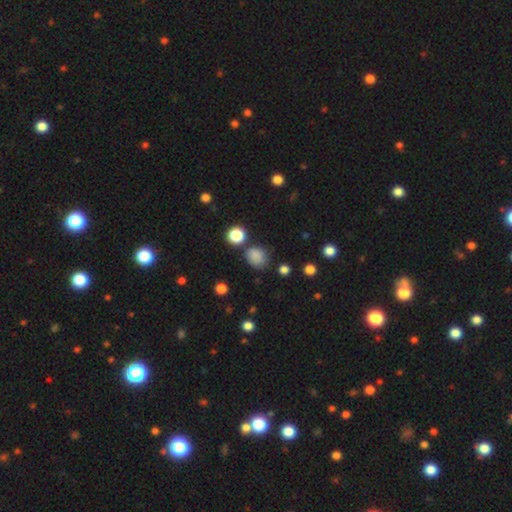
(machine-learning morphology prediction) smooth 82%, star or artifact 13%, featured or disk 4%. Down the decision tree: how rounded — round (61%); merging — none (73%).